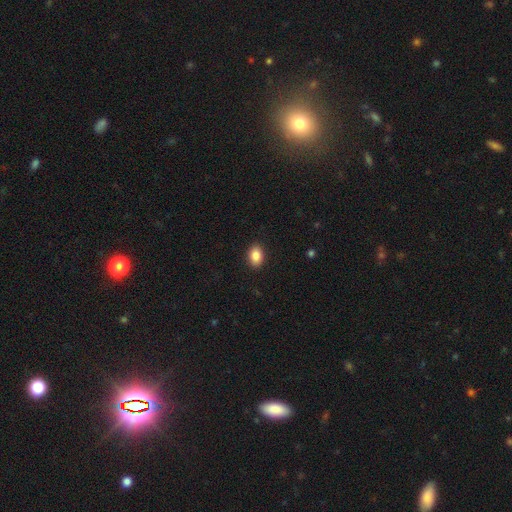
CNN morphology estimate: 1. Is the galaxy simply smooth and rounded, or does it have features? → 87% smooth, 8% star or artifact, 5% featured or disk.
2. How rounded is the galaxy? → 78% in between, 21% round, 1% cigar-shaped.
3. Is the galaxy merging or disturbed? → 91% none, 6% minor disturbance, 2% major disturbance, 1% merger.